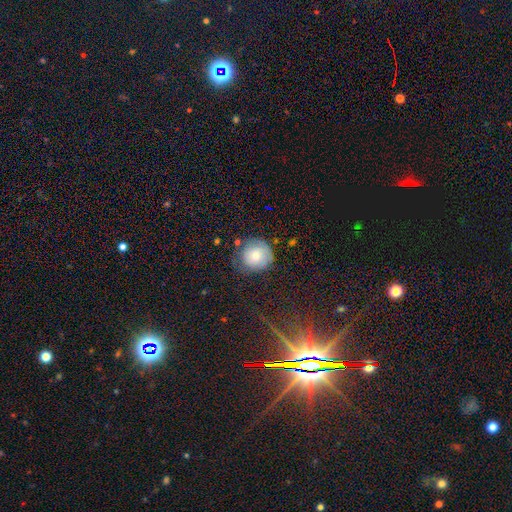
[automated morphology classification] The model was most divided on "merging": none: 63%, minor disturbance: 25%, major disturbance: 9%, merger: 2%. More confident: how rounded — round (88%); smooth or featured — smooth (69%).